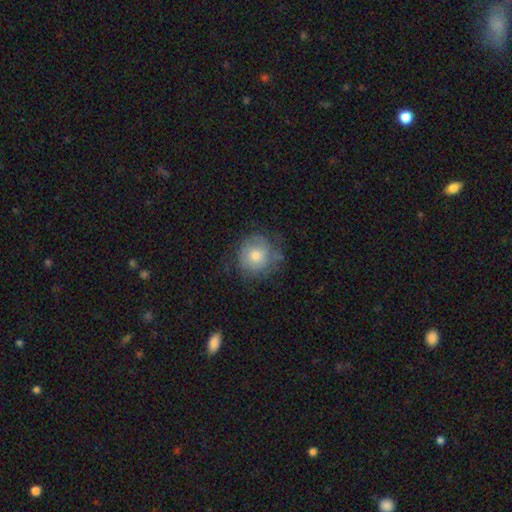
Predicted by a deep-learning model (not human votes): Overall: smooth (65%; featured or disk 27%). How rounded: round (88%). Merging: none (65%).